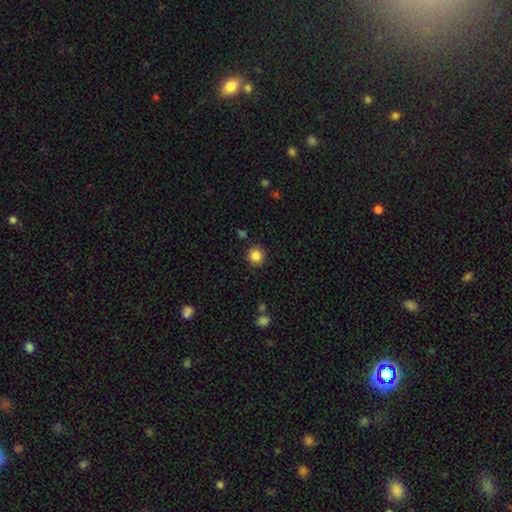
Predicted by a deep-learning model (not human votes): smooth_or_featured: smooth (p=0.85) [alt: star or artifact p=0.10]
how_rounded: round (p=0.92) [alt: in between p=0.07]
merging: none (p=0.89) [alt: minor disturbance p=0.07]